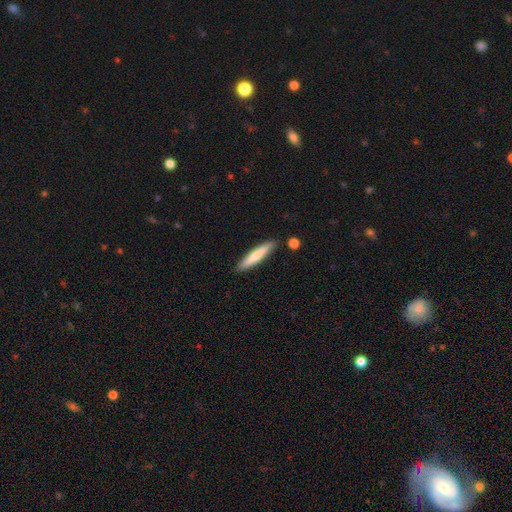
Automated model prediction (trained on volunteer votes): Smooth or featured: smooth — 70% (featured or disk — 25%)
How rounded: cigar-shaped — 89% (in between — 10%)
Merging: none — 85% (minor disturbance — 9%)